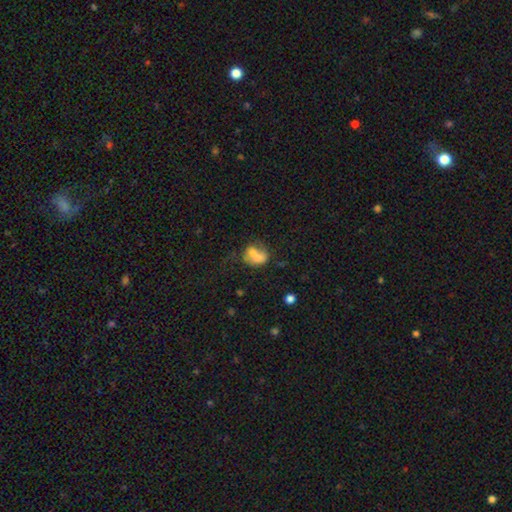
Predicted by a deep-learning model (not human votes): Overall: smooth (61%; featured or disk 28%). How rounded: in between (54%; round 45%). Merging: merger (60%; none 22%).